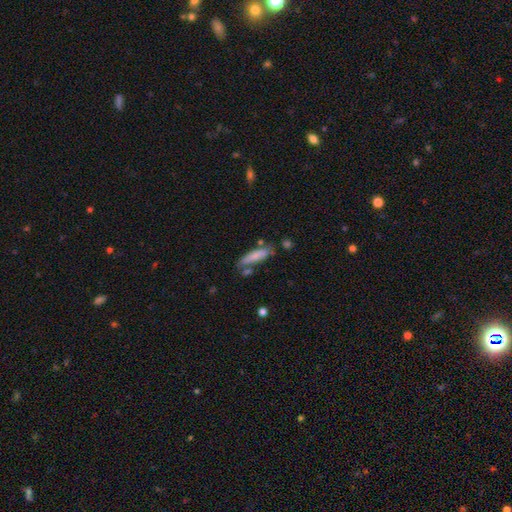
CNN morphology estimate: A smooth galaxy with no disk features (76%) that is cigar-shaped (71%). Merging: none (64%).